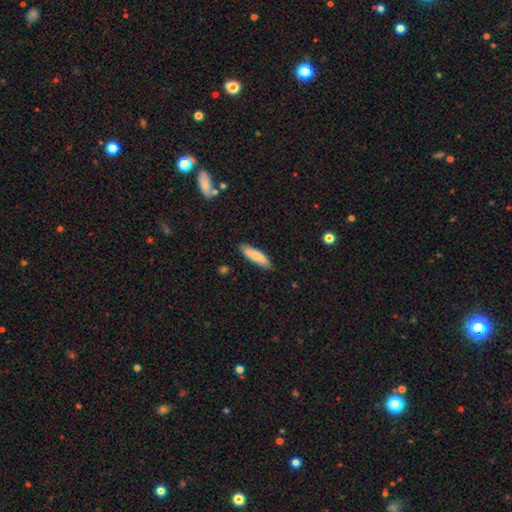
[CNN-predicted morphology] type=smooth (82%); roundness=cigar-shaped (66%); merging=none (86%).